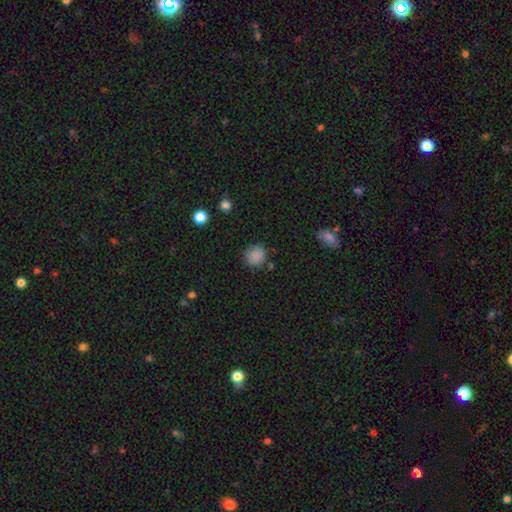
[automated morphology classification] smooth-or-featured: smooth: 85% | star or artifact: 11% | featured or disk: 4%
  how-rounded: round: 82% | in between: 17% | cigar-shaped: 1%
  merging: none: 81% | minor disturbance: 13% | major disturbance: 4% | merger: 3%